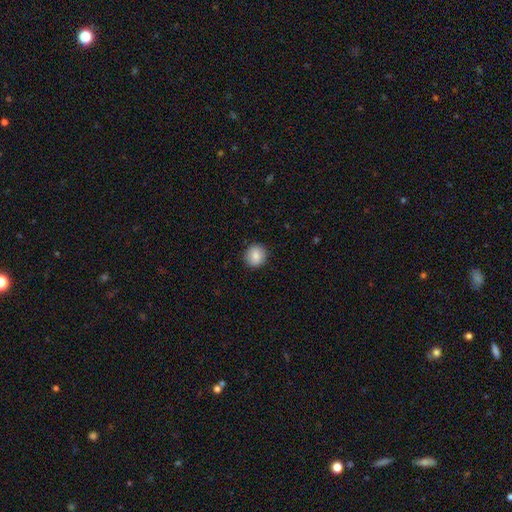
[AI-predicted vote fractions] The model was most divided on "smooth or featured": smooth: 85%, star or artifact: 8%, featured or disk: 7%. More confident: merging — none (90%); how rounded — round (90%).